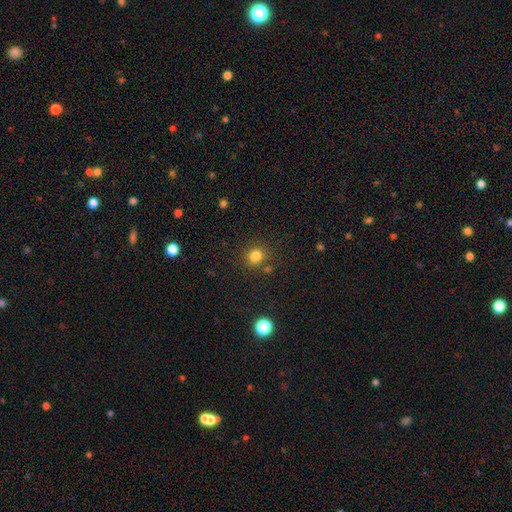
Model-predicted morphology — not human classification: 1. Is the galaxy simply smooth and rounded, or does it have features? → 80% smooth, 14% star or artifact, 5% featured or disk.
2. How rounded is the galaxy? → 77% round, 22% in between, 1% cigar-shaped.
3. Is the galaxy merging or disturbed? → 76% none, 12% minor disturbance, 8% merger, 4% major disturbance.